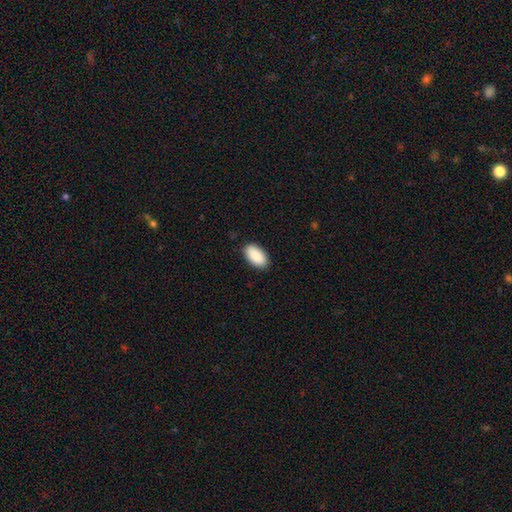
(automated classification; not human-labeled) Q: Smooth or featured?
A: smooth (91%); runner-up: star or artifact (6%)
Q: How rounded?
A: in between (96%); runner-up: round (2%)
Q: Merging?
A: none (88%); runner-up: minor disturbance (9%)